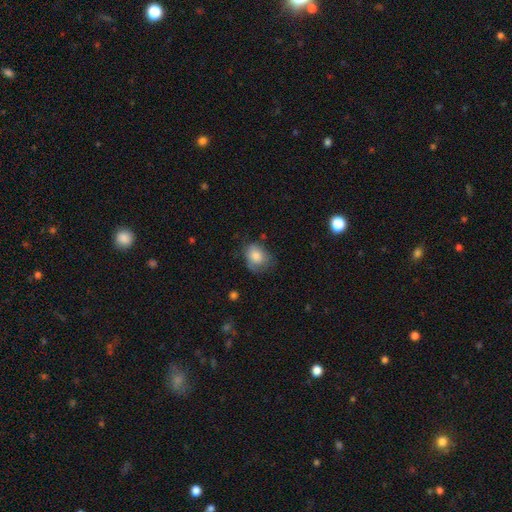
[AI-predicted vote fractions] The model was most divided on "how rounded": in between: 58%, round: 41%, cigar-shaped: 1%. More confident: smooth or featured — smooth (78%); merging — none (51%).